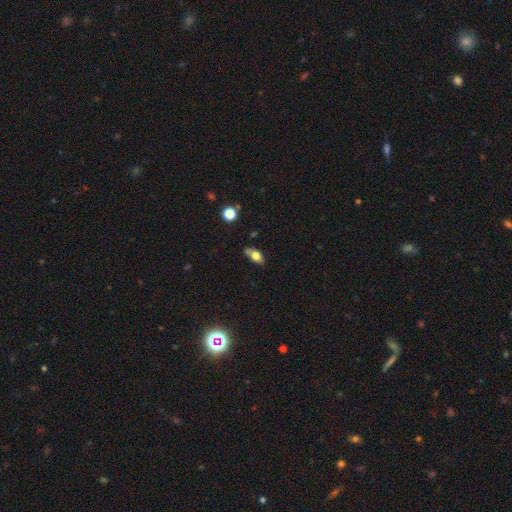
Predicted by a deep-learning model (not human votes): This appears to be a smooth galaxy with no disk features (71%) that is in between round and cigar-shaped (84%). Merging: none (62%).